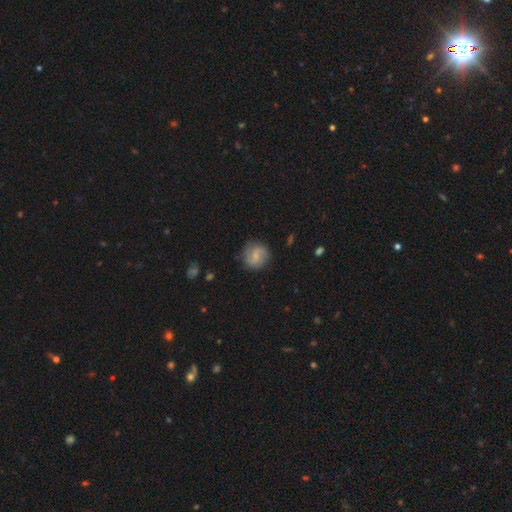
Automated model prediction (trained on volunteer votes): A featured or disk galaxy (49%).

Vote fractions:
- Smooth or featured? featured or disk: 49% / smooth: 44% / star or artifact: 7%
- Merging? none: 80% / minor disturbance: 14% / major disturbance: 4% / merger: 2%